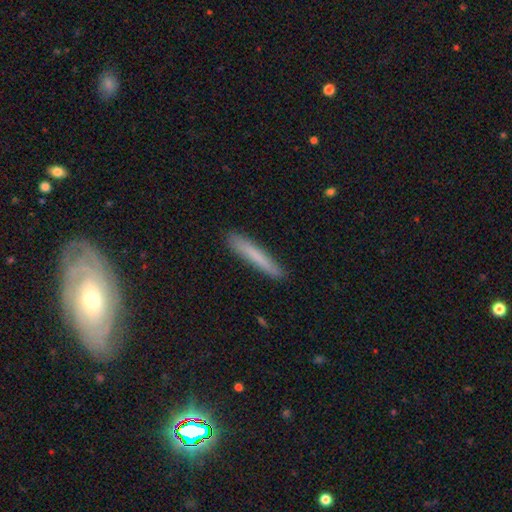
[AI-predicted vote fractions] Smooth or featured? smooth (74%)
How rounded? cigar-shaped (95%)
Merging? none (87%)